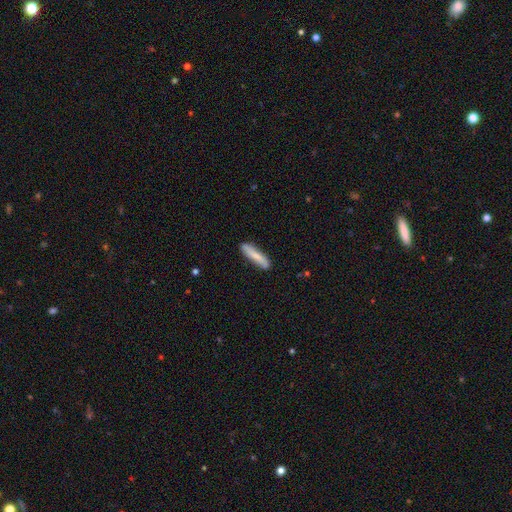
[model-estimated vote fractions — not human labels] smooth-or-featured: smooth: 74% | featured or disk: 20% | star or artifact: 5%
  how-rounded: cigar-shaped: 87% | in between: 12% | round: 1%
  merging: none: 84% | minor disturbance: 12% | major disturbance: 2% | merger: 2%